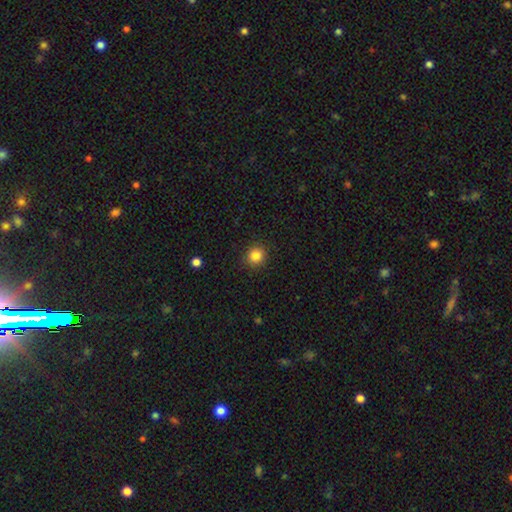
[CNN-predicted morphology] A smooth galaxy with no disk features (84%) that is round (89%).

Vote fractions:
- Smooth or featured? smooth: 84% / star or artifact: 11% / featured or disk: 5%
- How rounded? round: 89% / in between: 10% / cigar-shaped: 1%
- Merging? none: 90% / minor disturbance: 6% / major disturbance: 2% / merger: 1%